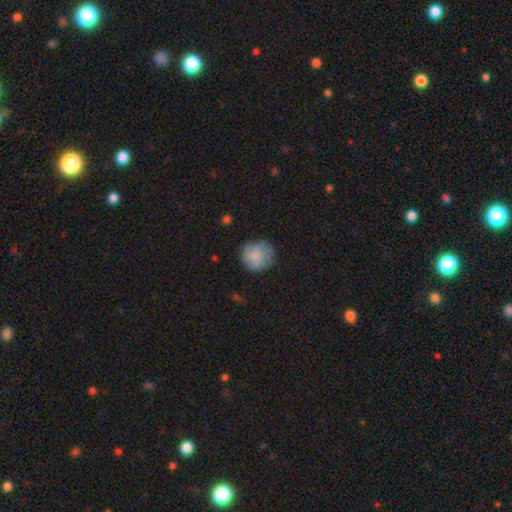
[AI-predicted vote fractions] Overall: smooth (71%). How rounded: round (87%). Merging: none (70%).